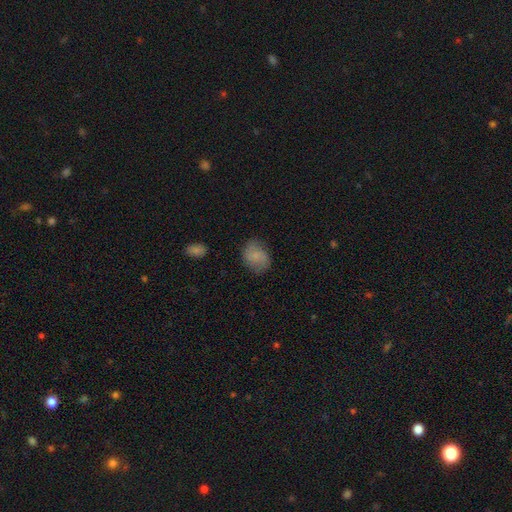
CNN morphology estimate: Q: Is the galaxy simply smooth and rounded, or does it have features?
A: smooth — 70%.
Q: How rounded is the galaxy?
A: in between — 56%.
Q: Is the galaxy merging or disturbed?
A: none — 71%.